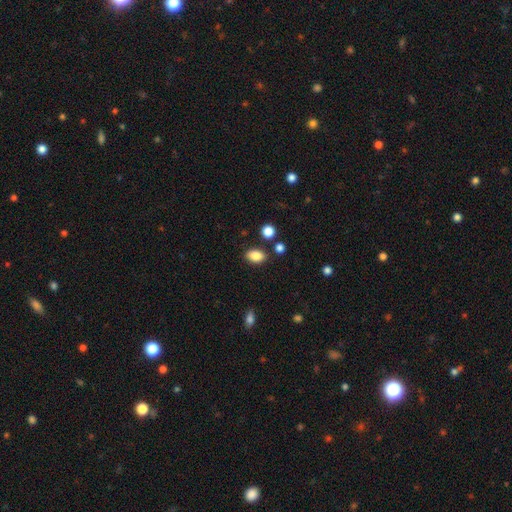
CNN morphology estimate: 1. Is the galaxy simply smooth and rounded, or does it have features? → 86% smooth, 9% star or artifact, 5% featured or disk.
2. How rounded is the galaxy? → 85% in between, 13% round, 2% cigar-shaped.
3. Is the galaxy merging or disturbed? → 83% none, 10% minor disturbance, 4% merger, 3% major disturbance.